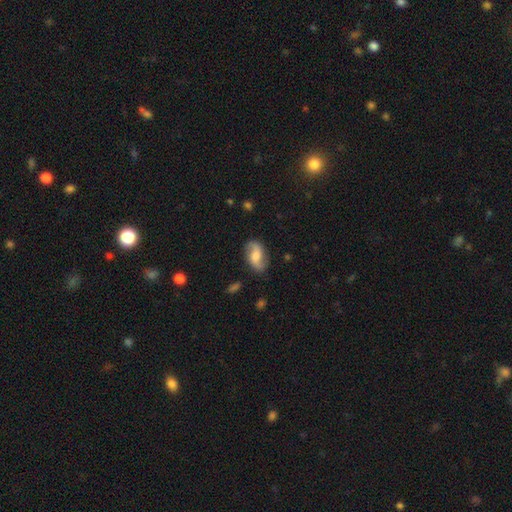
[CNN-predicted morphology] This appears to be a featured or disk galaxy (68%) with no bar (46%), 2 (92%) loose (66%) spiral arms (93%) and a moderate central bulge (50%). Merging: none (80%).